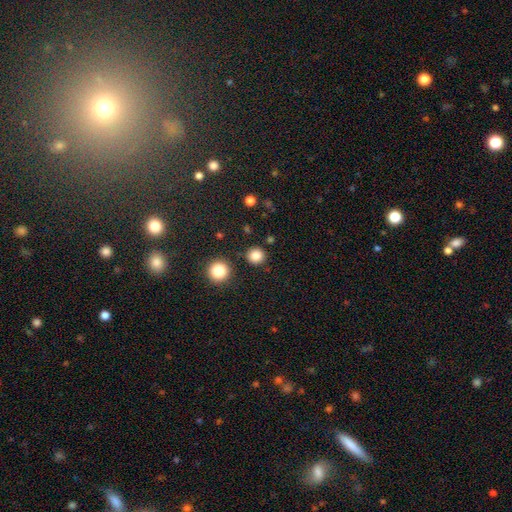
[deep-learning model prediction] A smooth galaxy with no disk features (84%) that is round (92%).

Vote fractions:
- Smooth or featured? smooth: 84% / star or artifact: 12% / featured or disk: 4%
- How rounded? round: 92% / in between: 7% / cigar-shaped: 1%
- Merging? none: 88% / minor disturbance: 6% / merger: 3% / major disturbance: 3%